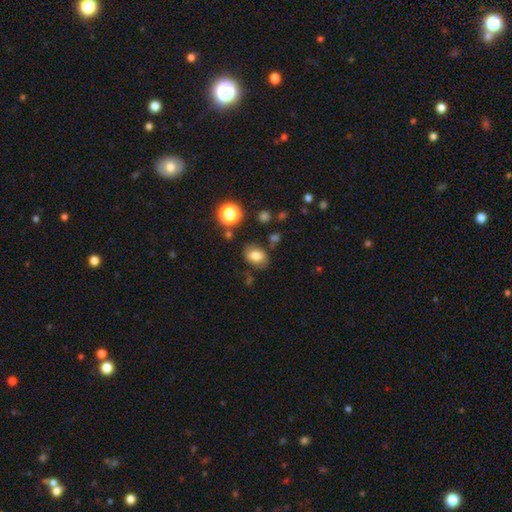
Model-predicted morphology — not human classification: smooth_or_featured: smooth (p=0.78) [alt: star or artifact p=0.12]
how_rounded: in between (p=0.68) [alt: round p=0.31]
merging: none (p=0.78) [alt: minor disturbance p=0.14]